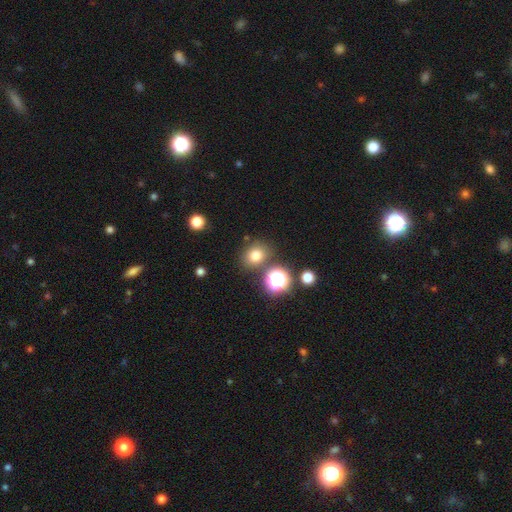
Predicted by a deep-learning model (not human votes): A smooth galaxy with no disk features (75%) that is round (62%). Merging: none (78%).